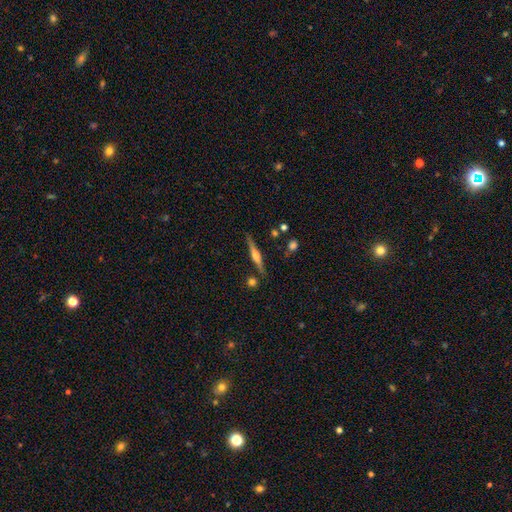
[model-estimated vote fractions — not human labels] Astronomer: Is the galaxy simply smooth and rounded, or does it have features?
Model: featured or disk — 70%.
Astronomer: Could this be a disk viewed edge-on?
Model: yes — 97%.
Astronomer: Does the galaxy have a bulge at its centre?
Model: rounded — 89%.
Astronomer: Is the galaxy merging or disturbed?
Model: none — 85%.